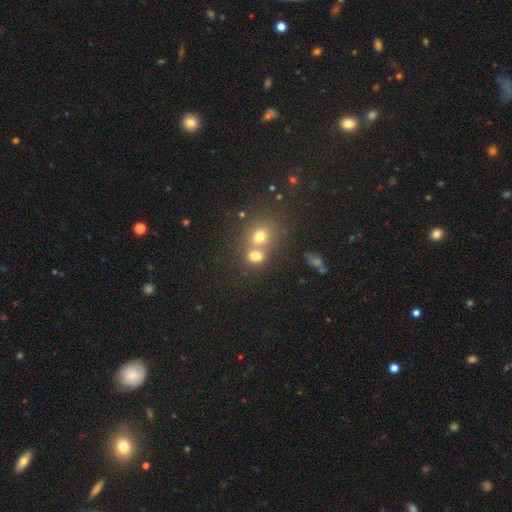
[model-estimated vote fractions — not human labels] This is likely a smooth galaxy (73%). How rounded: possibly round (58%). Merging: possibly merger (50%).